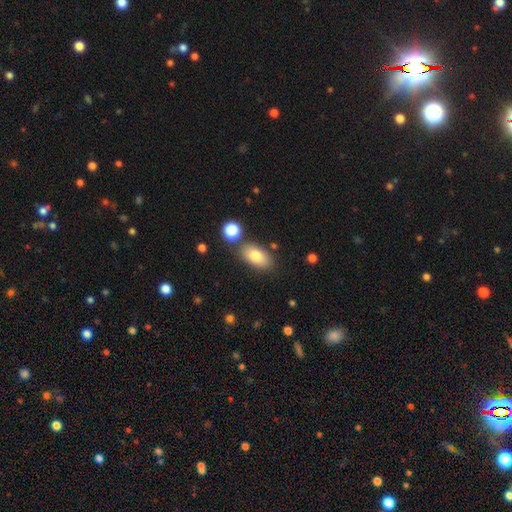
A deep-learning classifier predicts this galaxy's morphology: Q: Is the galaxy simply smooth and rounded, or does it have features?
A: smooth — 80%.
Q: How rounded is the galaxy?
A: in between — 91%.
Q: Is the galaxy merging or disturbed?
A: none — 76%.